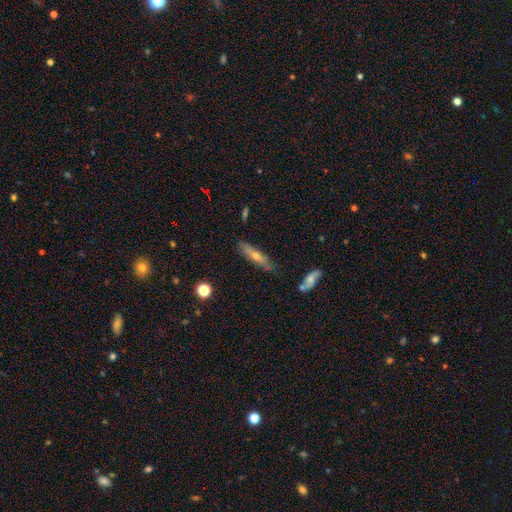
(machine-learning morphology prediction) smooth-or-featured: featured or disk: 46% (tied) | smooth: 46% (tied) | star or artifact: 9%
  merging: none: 81% | minor disturbance: 14% | major disturbance: 3% | merger: 2%